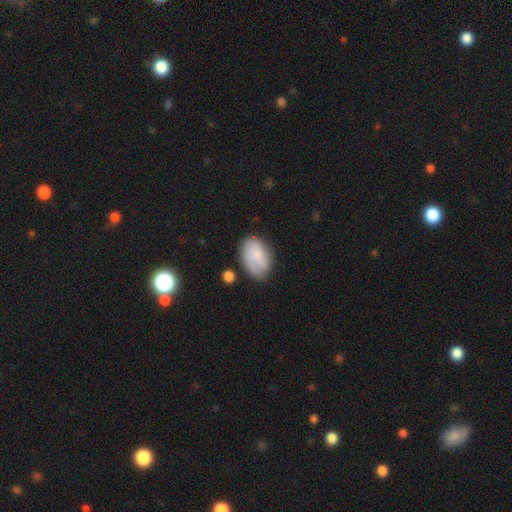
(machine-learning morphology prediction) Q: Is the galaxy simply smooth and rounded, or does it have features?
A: smooth — 73%.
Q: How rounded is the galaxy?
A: in between — 90%.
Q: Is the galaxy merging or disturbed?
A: none — 68%.